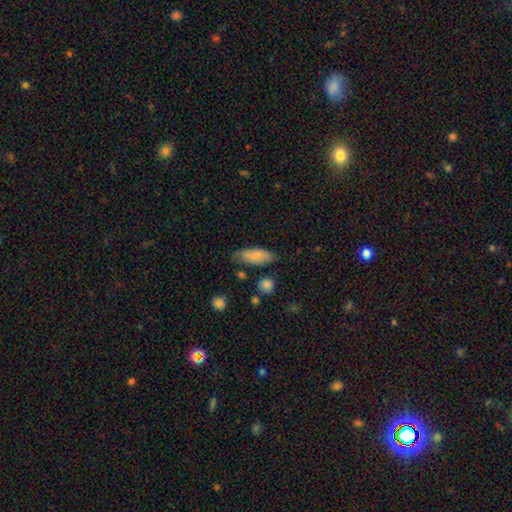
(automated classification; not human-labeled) smooth 82%, featured or disk 11%, star or artifact 6%. Down the decision tree: how rounded — in between (78%); merging — none (74%).